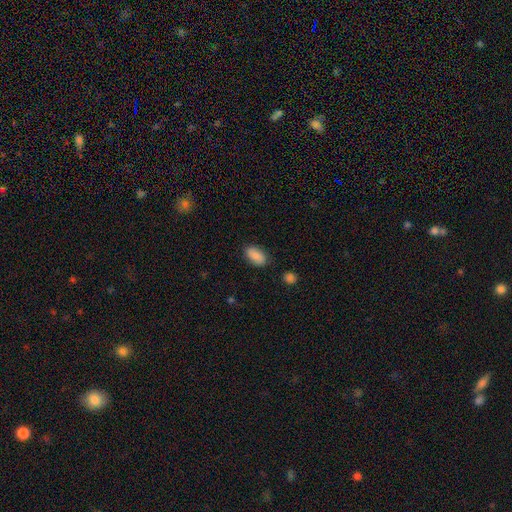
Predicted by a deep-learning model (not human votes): smooth_or_featured: smooth (p=0.88) [alt: star or artifact p=0.07]
how_rounded: in between (p=0.93) [alt: round p=0.04]
merging: none (p=0.84) [alt: minor disturbance p=0.11]